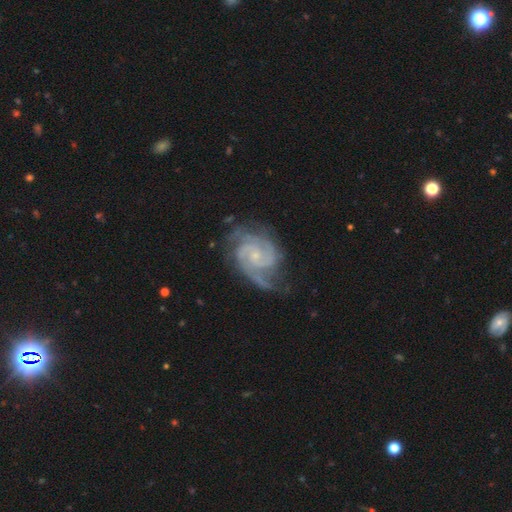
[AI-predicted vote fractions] This appears to be a featured or disk galaxy (91%) with no bar (61%), 2 (48%) tight (54%) spiral arms (98%) and a small central bulge (72%). Merging: none (69%).